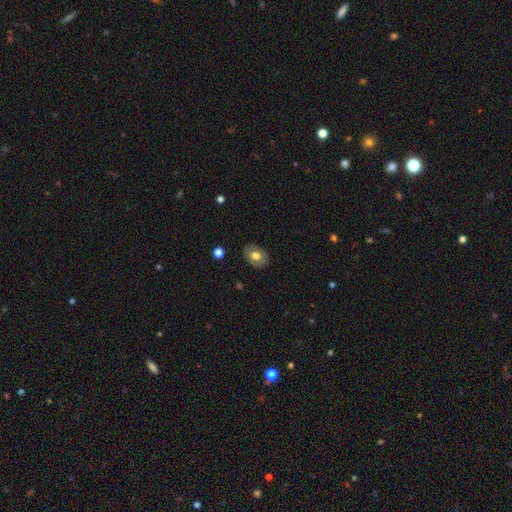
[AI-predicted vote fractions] A smooth galaxy with no disk features (61%) that is in between round and cigar-shaped (65%). Merging: none (84%).